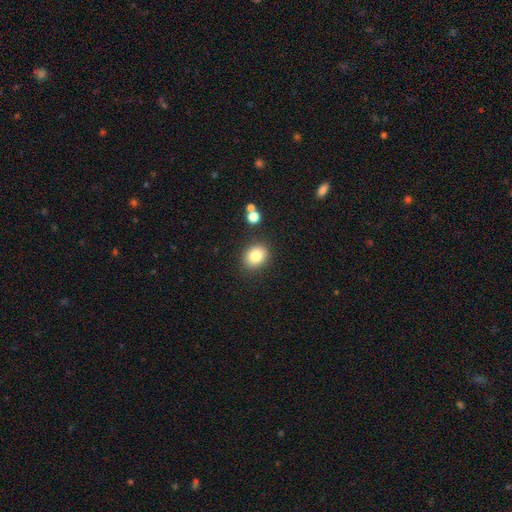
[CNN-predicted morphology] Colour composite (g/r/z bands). It shows a smooth galaxy with no disk features (83%) that is round (56%). Merging: none (84%).